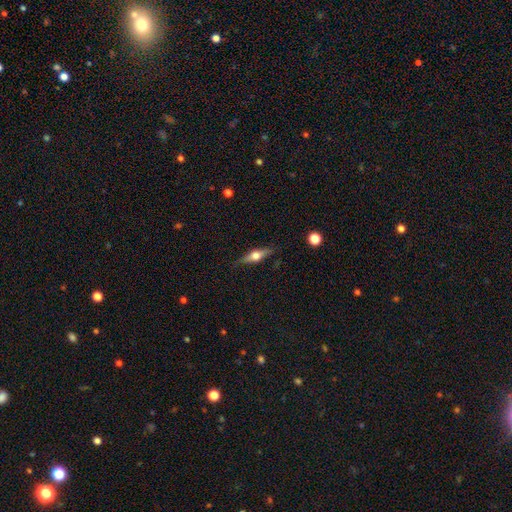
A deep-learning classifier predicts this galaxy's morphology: This is likely a featured or disk galaxy (63%). It is clearly viewed edge-on (95%). Edge-on bulge: clearly rounded (94%). Merging: clearly none (85%).